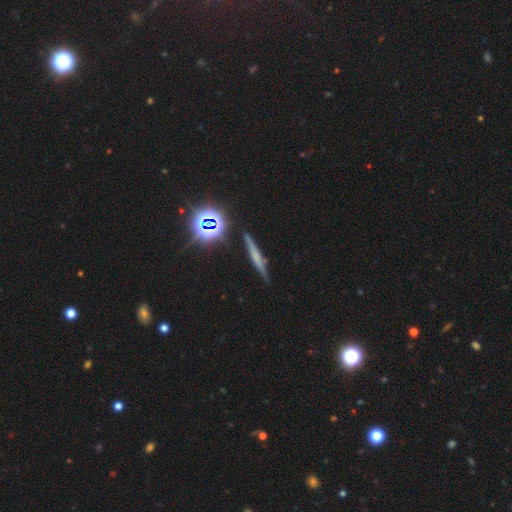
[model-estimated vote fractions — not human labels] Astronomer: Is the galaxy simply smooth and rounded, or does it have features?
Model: smooth — 41% (runner-up: featured or disk, 39%).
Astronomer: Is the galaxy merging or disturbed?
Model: none — 84%.